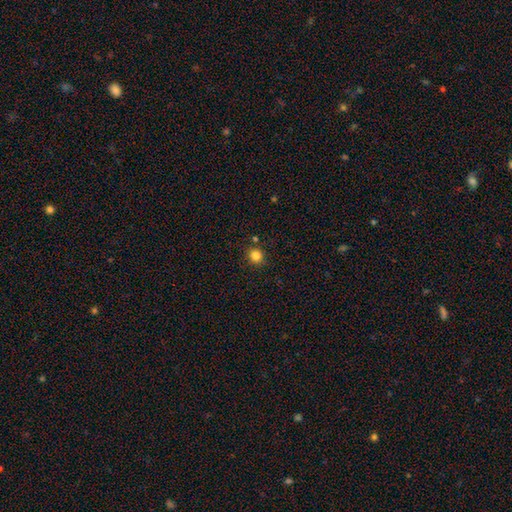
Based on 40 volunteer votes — A smooth galaxy with no disk features (88%) that is round (94%).

Vote fractions:
- Smooth or featured? smooth: 88% / star or artifact: 12% / featured or disk: 0%
- How rounded? round: 94% / in between: 6% / cigar-shaped: 0%
- Merging? none: 94% / minor disturbance: 6% / major disturbance: 0% / merger: 0%